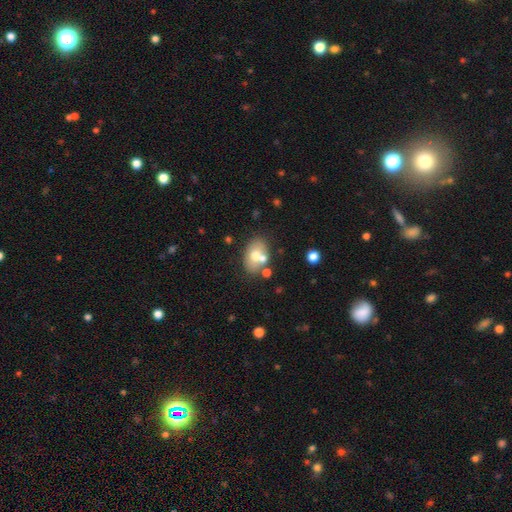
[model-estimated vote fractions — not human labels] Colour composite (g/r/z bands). It shows a smooth galaxy with no disk features (65%) that is in between round and cigar-shaped (81%). Merging: none (62%).